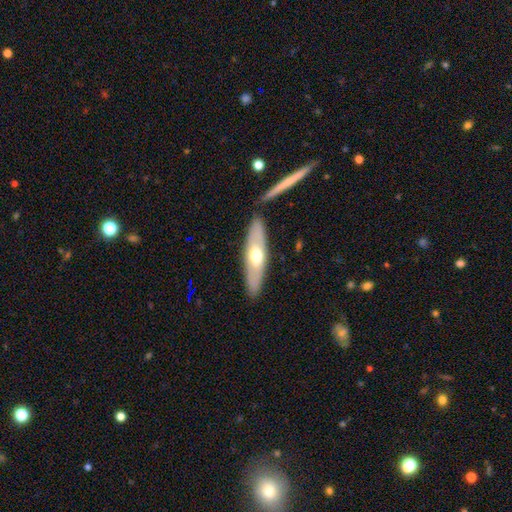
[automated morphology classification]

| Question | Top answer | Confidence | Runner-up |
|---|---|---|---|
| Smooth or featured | featured or disk | 48% | smooth (47%) |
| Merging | none | 85% | minor disturbance (9%) |